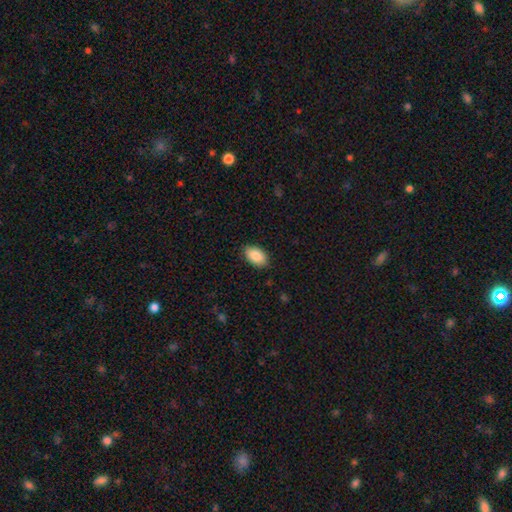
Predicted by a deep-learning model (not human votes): This is clearly a smooth galaxy (88%). How rounded: clearly in between (94%). Merging: clearly none (87%).